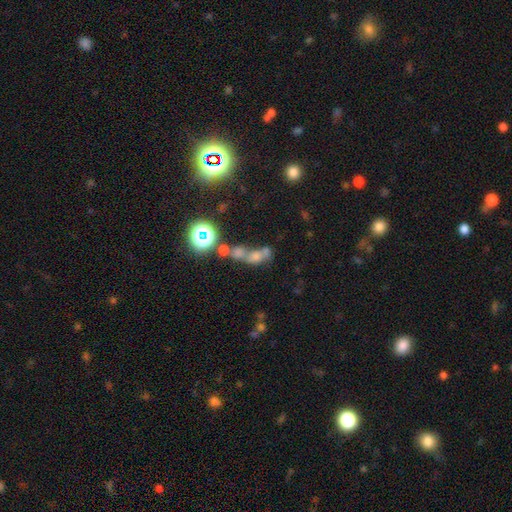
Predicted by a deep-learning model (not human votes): smooth_or_featured: smooth (p=0.48) [alt: star or artifact p=0.28]
merging: merger (p=0.54) [alt: none p=0.25]